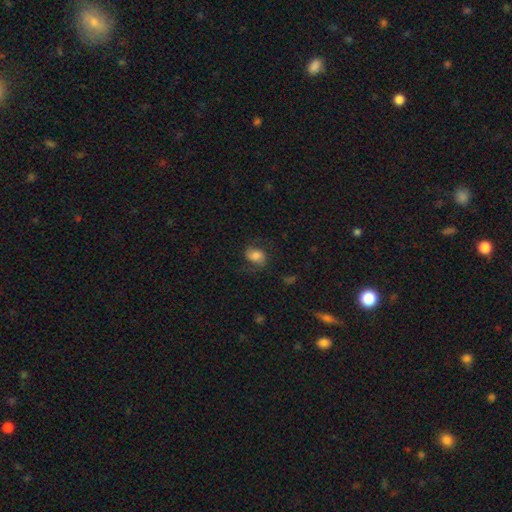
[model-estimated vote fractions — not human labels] smooth_or_featured: smooth (p=0.54) [alt: featured or disk p=0.35]
how_rounded: in between (p=0.60) [alt: round p=0.39]
merging: none (p=0.64) [alt: minor disturbance p=0.19]